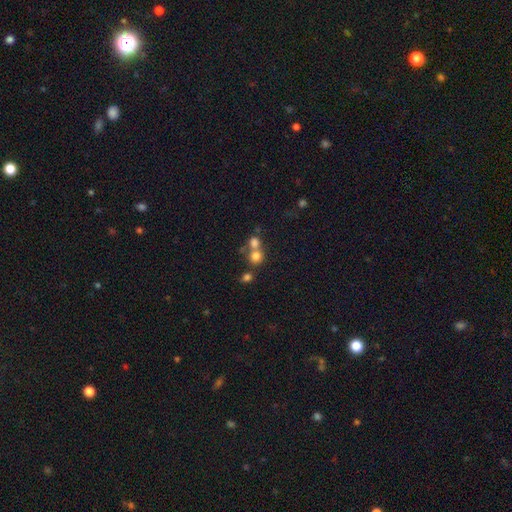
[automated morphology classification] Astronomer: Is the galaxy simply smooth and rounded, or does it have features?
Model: smooth — 75%.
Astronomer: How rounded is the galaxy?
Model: round — 85%.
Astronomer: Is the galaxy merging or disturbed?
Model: none — 45%, tied with merger at 45%.